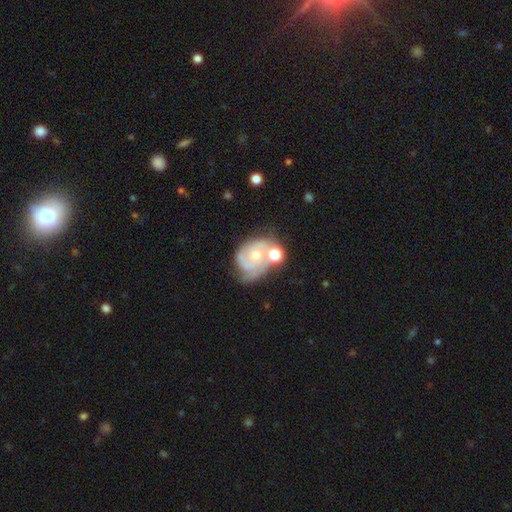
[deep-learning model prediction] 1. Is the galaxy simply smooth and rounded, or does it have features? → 74% featured or disk, 18% smooth, 8% star or artifact.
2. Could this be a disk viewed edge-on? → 98% no, 2% yes.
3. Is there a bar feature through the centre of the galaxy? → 76% no, 20% weak, 4% strong.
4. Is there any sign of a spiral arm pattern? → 88% yes, 12% no.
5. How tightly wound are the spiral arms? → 54% tight, 35% medium, 11% loose.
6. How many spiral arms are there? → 37% 2, 28% can't tell, 21% 3, 7% 1, 4% 4, 3% more than 4.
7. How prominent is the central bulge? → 54% small, 40% moderate, 3% none, 2% large, 1% dominant.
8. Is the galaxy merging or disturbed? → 41% none, 23% minor disturbance, 22% merger, 15% major disturbance.